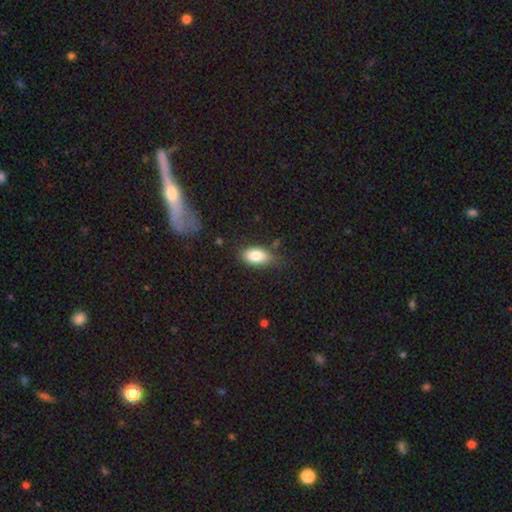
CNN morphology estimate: Smooth or featured: smooth — 82% (featured or disk — 11%)
How rounded: in between — 90% (round — 6%)
Merging: none — 67% (minor disturbance — 25%)